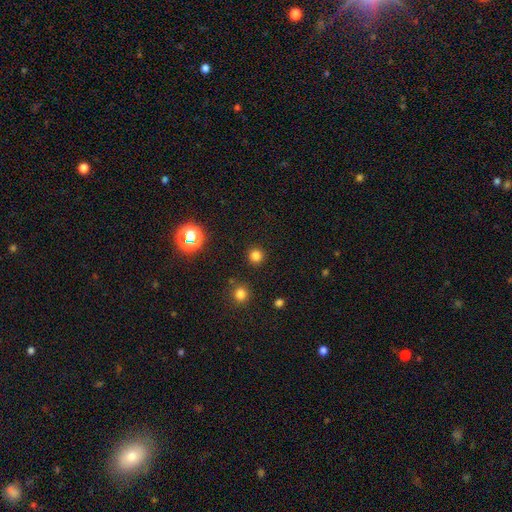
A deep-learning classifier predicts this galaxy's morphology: smooth_or_featured: smooth (p=0.78) [alt: star or artifact p=0.18]
how_rounded: round (p=0.94) [alt: in between p=0.05]
merging: none (p=0.91) [alt: minor disturbance p=0.05]